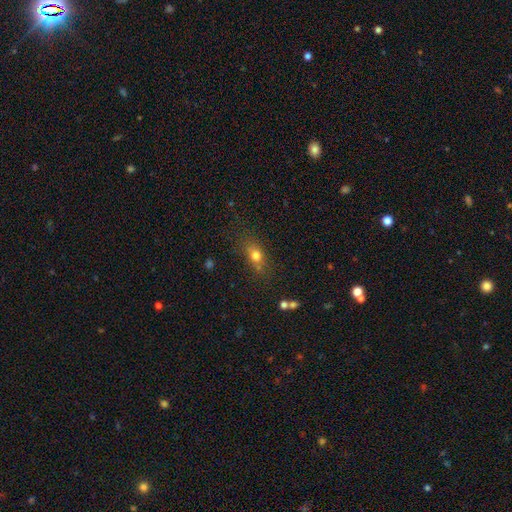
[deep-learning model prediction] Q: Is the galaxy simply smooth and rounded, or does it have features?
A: smooth — 73%.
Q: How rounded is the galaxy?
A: in between — 58%.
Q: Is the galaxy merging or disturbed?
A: none — 65%.